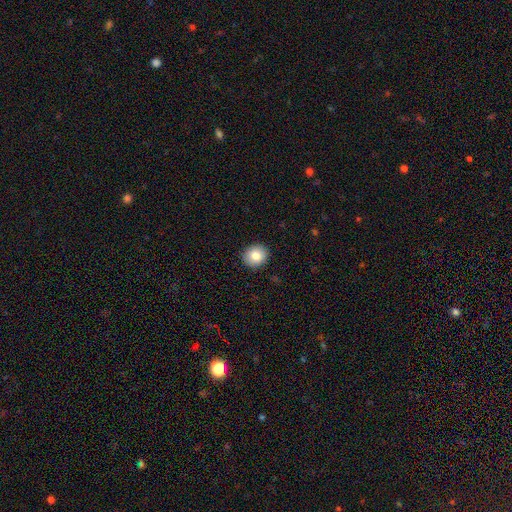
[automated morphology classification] smooth 85%, star or artifact 8%, featured or disk 7%. Down the decision tree: how rounded — round (81%); merging — none (90%).